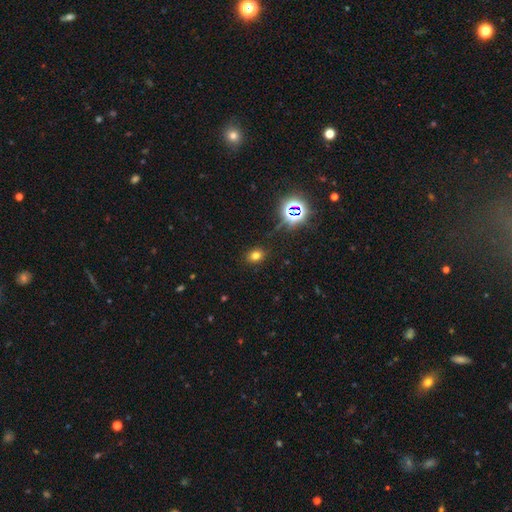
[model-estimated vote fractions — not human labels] Q: Smooth or featured?
A: smooth (70%); runner-up: star or artifact (22%)
Q: How rounded?
A: in between (55%); runner-up: round (44%)
Q: Merging?
A: none (86%); runner-up: minor disturbance (9%)